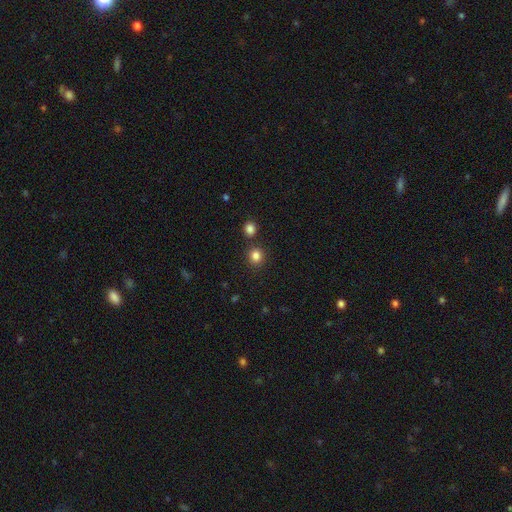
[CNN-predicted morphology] smooth 83%, star or artifact 12%, featured or disk 4%. Down the decision tree: how rounded — round (86%); merging — none (83%).